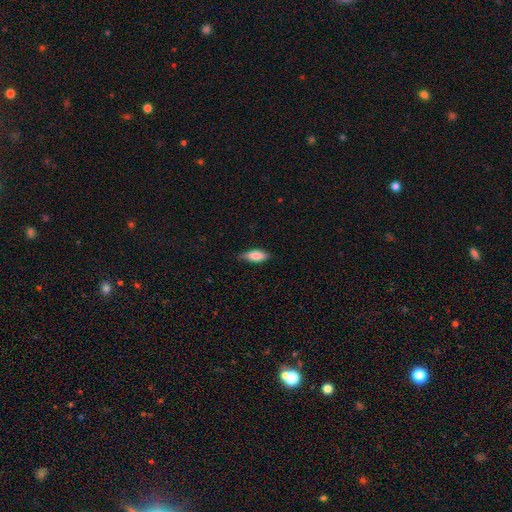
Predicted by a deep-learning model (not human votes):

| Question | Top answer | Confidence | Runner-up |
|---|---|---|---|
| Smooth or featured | smooth | 78% | featured or disk (16%) |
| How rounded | in between | 74% | cigar-shaped (23%) |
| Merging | none | 76% | minor disturbance (20%) |